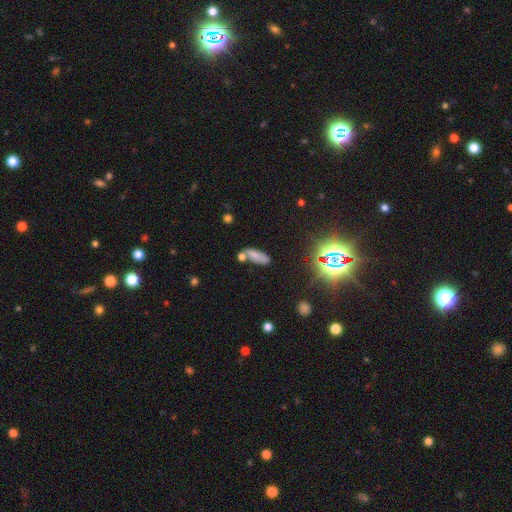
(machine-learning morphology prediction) Smooth or featured?
  - smooth: 71% *
  - star or artifact: 16%
  - featured or disk: 13%
How rounded?
  - in between: 69% *
  - cigar-shaped: 28%
  - round: 4%
Merging?
  - none: 52% *
  - merger: 25%
  - minor disturbance: 16%
  - major disturbance: 6%